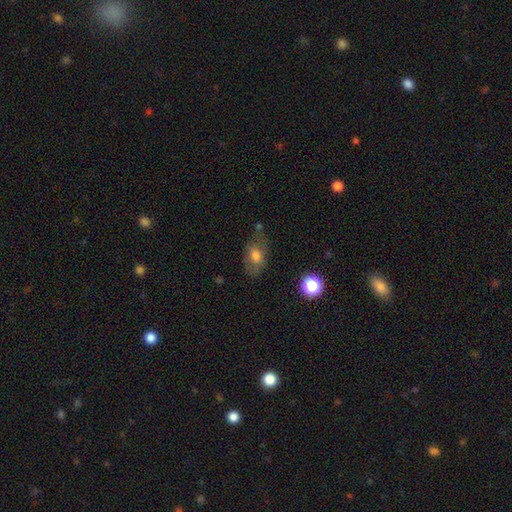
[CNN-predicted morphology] The model was most divided on "merging": none: 60%, minor disturbance: 24%, major disturbance: 11%, merger: 5%. More confident: how rounded — in between (84%); smooth or featured — smooth (68%).